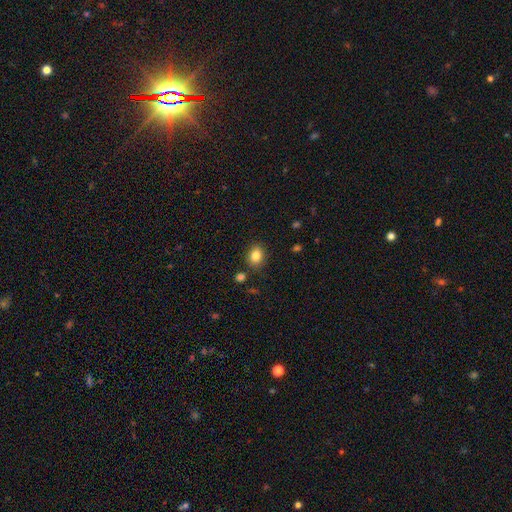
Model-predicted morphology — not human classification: Smooth or featured?
  - smooth: 84% *
  - star or artifact: 10%
  - featured or disk: 6%
How rounded?
  - in between: 51% *
  - round: 48%
  - cigar-shaped: 1%
Merging?
  - none: 84% *
  - minor disturbance: 10%
  - merger: 3%
  - major disturbance: 3%